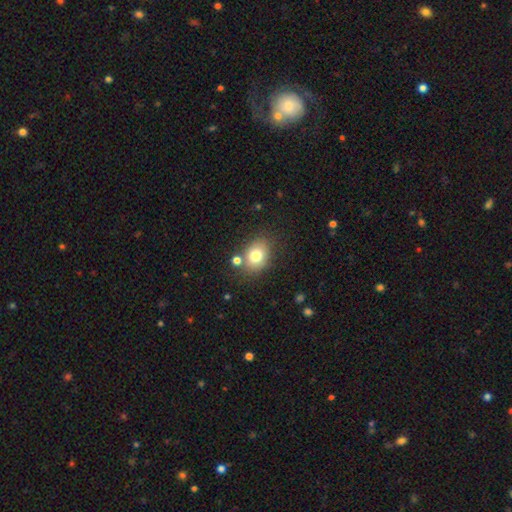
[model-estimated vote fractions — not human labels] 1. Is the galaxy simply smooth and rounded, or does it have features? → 77% smooth, 12% featured or disk, 11% star or artifact.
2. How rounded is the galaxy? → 58% in between, 41% round, 1% cigar-shaped.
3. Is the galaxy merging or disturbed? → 71% none, 13% minor disturbance, 11% merger, 4% major disturbance.